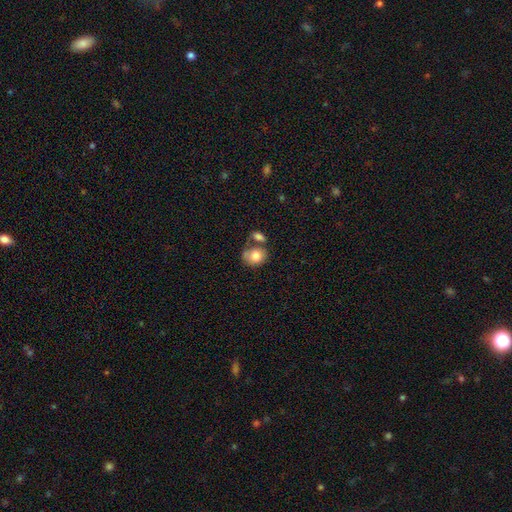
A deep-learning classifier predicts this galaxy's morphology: The model was most divided on "merging": merger: 38%, none: 35%, minor disturbance: 16%, major disturbance: 11%. More confident: smooth or featured — smooth (78%); how rounded — round (57%).